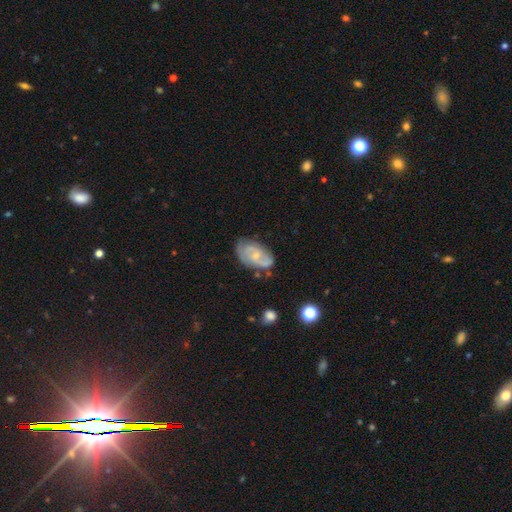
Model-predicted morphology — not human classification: smooth_or_featured: featured or disk (p=0.66) [alt: smooth p=0.27]
disk_edge_on: no (p=0.96) [alt: yes p=0.04]
bar: no (p=0.62) [alt: weak p=0.33]
has_spiral_arms: yes (p=0.81) [alt: no p=0.19]
spiral_winding: medium (p=0.41) [alt: tight p=0.40]
spiral_arm_count: 2 (p=0.55) [alt: can't tell p=0.29]
bulge_size: small (p=0.66) [alt: moderate p=0.27]
merging: none (p=0.59) [alt: minor disturbance p=0.29]